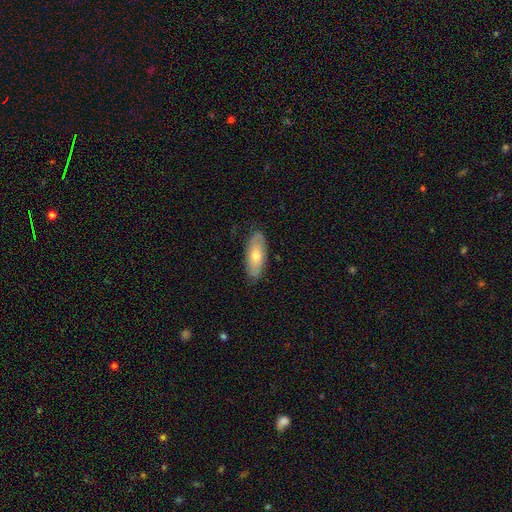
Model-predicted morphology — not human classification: This is possibly a smooth galaxy (52%). How rounded: likely in between (79%). Merging: clearly none (83%).